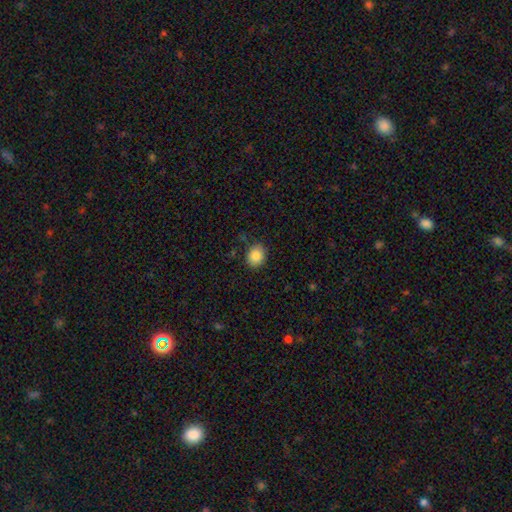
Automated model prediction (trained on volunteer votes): This appears to be a smooth galaxy with no disk features (85%) that is round (60%). Merging: none (86%).